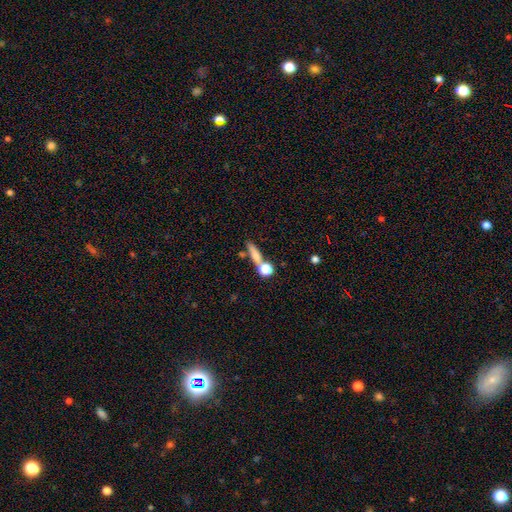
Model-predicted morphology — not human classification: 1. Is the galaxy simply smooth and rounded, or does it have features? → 66% smooth, 22% featured or disk, 12% star or artifact.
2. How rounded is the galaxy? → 58% cigar-shaped, 22% in between, 21% round.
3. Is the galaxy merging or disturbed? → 58% none, 23% merger, 11% minor disturbance, 7% major disturbance.